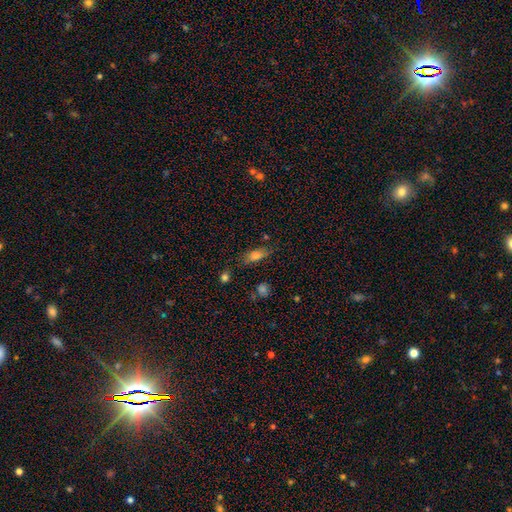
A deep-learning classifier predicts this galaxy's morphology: smooth 72%, featured or disk 16%, star or artifact 12%. Down the decision tree: how rounded — in between (72%); merging — none (74%).